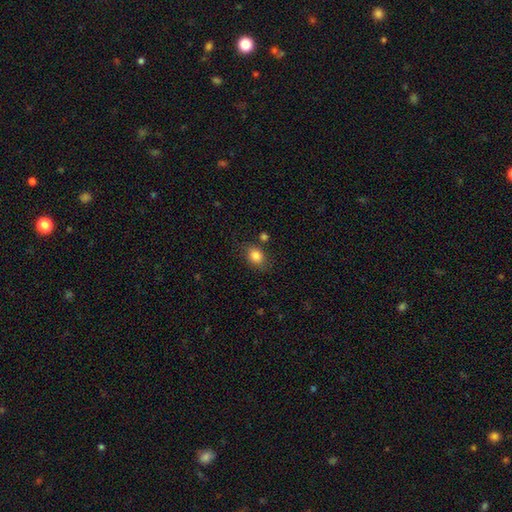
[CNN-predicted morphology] Overall: smooth (84%). How rounded: in between (64%; round 34%). Merging: none (75%).